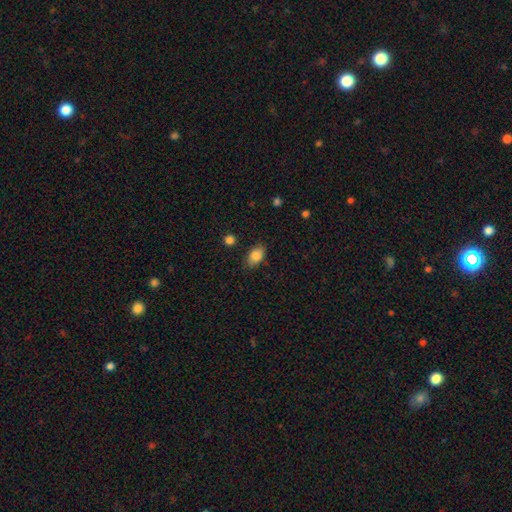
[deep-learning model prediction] The model was most divided on "merging": none: 81%, minor disturbance: 14%, major disturbance: 3%, merger: 2%. More confident: how rounded — in between (86%); smooth or featured — smooth (84%).